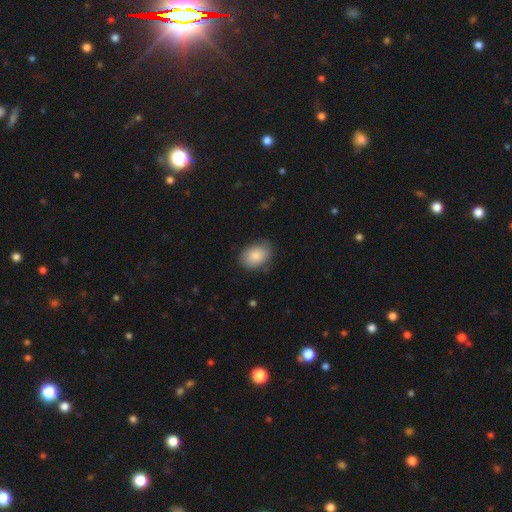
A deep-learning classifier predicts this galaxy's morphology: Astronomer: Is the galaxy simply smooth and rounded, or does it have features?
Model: smooth — 86%.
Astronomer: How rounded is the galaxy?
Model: in between — 79%.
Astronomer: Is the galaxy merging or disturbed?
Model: none — 78%.